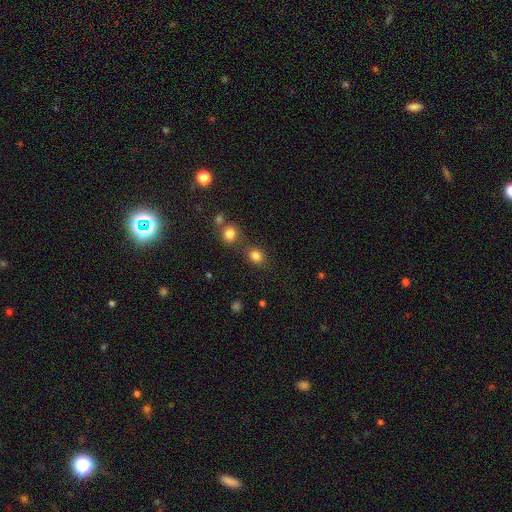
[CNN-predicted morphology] The model was most divided on "how rounded": round: 66%, in between: 32%, cigar-shaped: 1%. More confident: smooth or featured — smooth (82%); merging — none (71%).